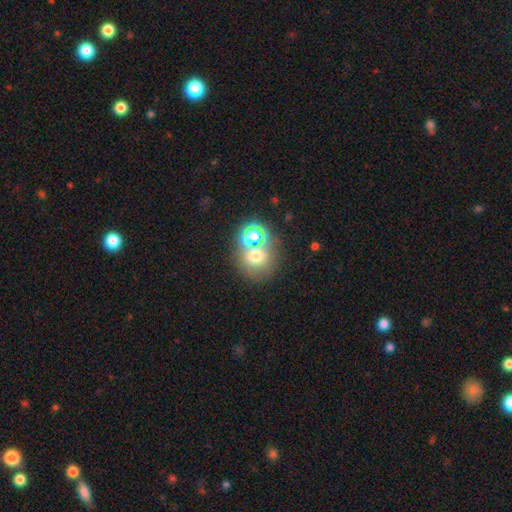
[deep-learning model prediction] A smooth galaxy with no disk features (64%) that is round (83%). Merging: none (55%).